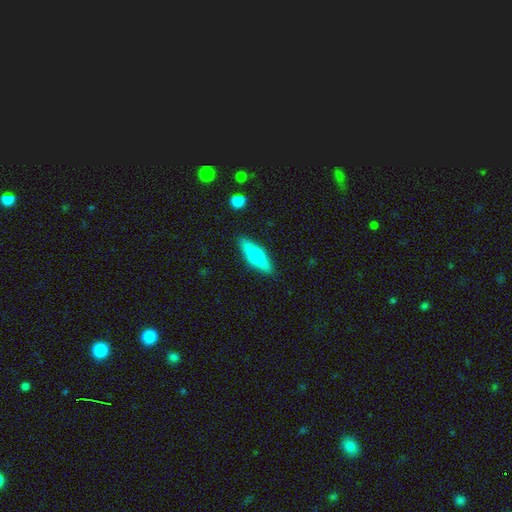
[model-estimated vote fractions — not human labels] Smooth or featured? Predicted: smooth (p=0.49). Merging? Predicted: none (p=0.88).